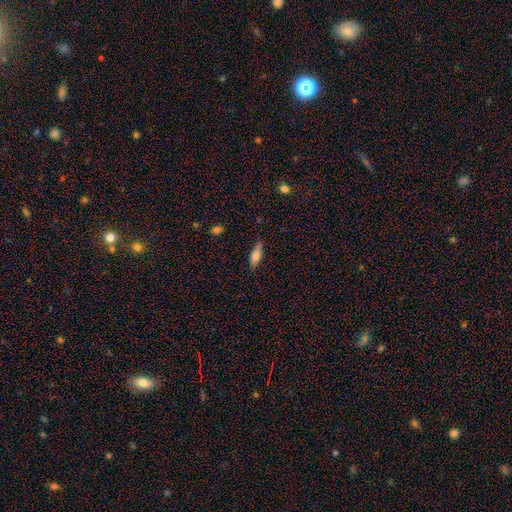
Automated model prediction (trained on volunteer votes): This appears to be a smooth galaxy with no disk features (70%) that is in between round and cigar-shaped (57%). Merging: none (79%).